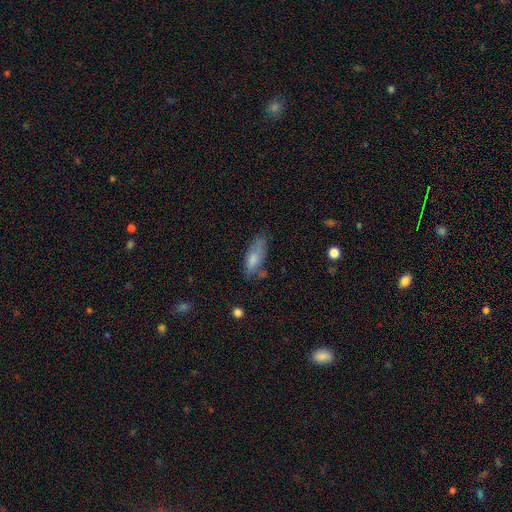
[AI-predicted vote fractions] Q: Smooth or featured?
A: smooth (74%); runner-up: featured or disk (18%)
Q: How rounded?
A: in between (68%); runner-up: cigar-shaped (30%)
Q: Merging?
A: none (57%); runner-up: minor disturbance (29%)